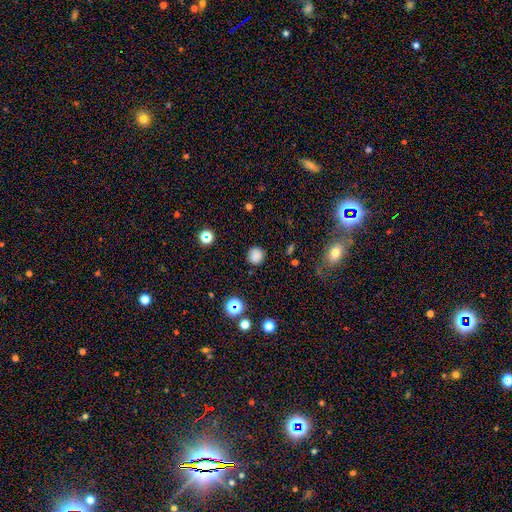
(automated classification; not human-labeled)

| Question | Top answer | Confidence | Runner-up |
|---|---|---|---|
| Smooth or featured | smooth | 81% | star or artifact (14%) |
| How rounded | round | 93% | in between (6%) |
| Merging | none | 88% | minor disturbance (8%) |